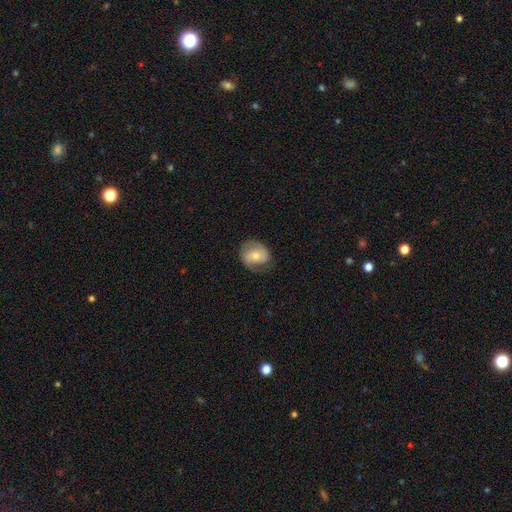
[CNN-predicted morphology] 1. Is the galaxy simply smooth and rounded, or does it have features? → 51% featured or disk, 42% smooth, 7% star or artifact.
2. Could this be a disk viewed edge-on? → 96% no, 4% yes.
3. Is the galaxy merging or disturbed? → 67% none, 22% minor disturbance, 10% major disturbance, 1% merger.